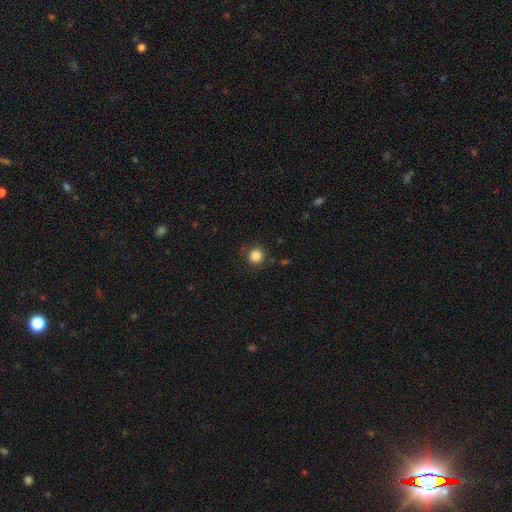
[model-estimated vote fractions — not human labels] smooth 85%, star or artifact 11%, featured or disk 4%. Down the decision tree: how rounded — round (94%); merging — none (88%).